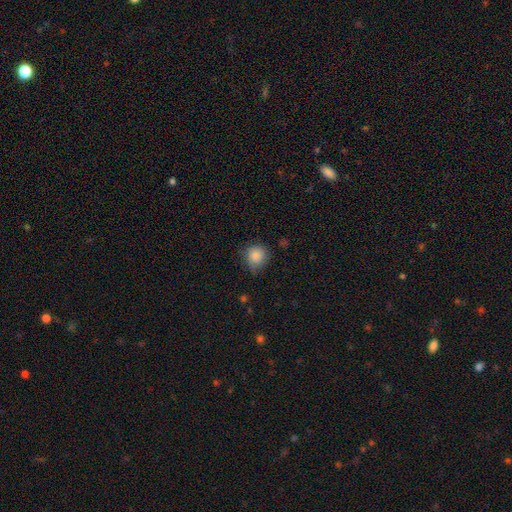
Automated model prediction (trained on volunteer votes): A smooth galaxy with no disk features (86%) that is round (85%). Merging: none (67%).